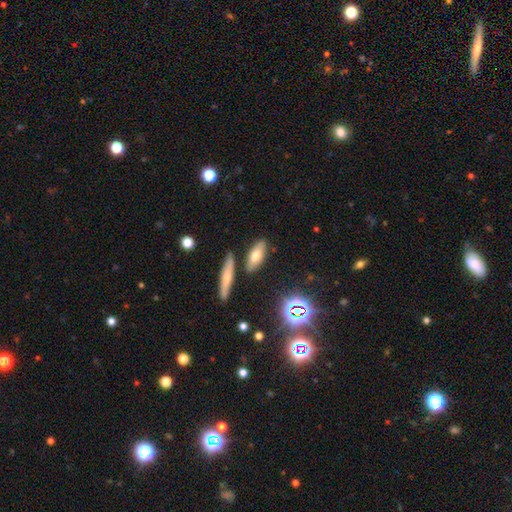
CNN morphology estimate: type=smooth (65%); roundness=in between (69%); merging=none (80%).